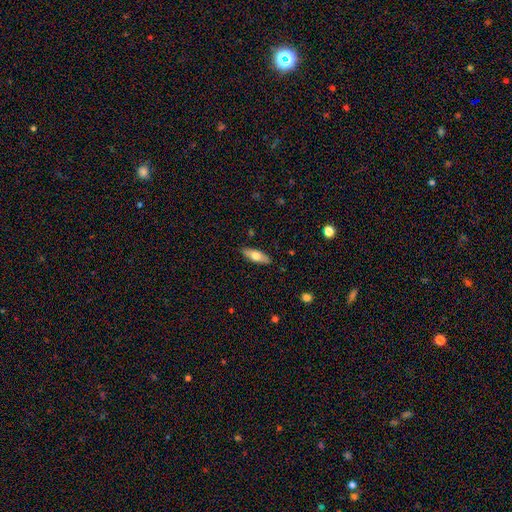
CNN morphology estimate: Smooth or featured? Predicted: smooth (p=0.62). How rounded? Predicted: in between (p=0.60). Merging? Predicted: none (p=0.87).